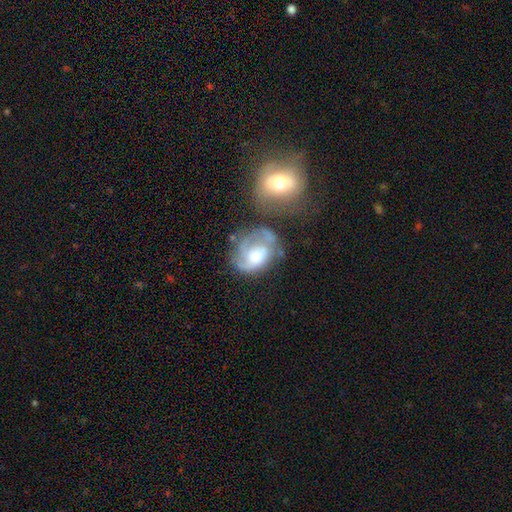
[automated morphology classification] smooth-or-featured: featured or disk: 67% | smooth: 26% | star or artifact: 7%
  disk-edge-on: no: 98% | yes: 2%
    bar: no: 72% | weak: 23% | strong: 5%
    has-spiral-arms: yes: 81% | no: 19%
      spiral-winding: tight: 40% | medium: 39% | loose: 21%
      spiral-arm-count: 2: 33% | 1: 31% | can't tell: 22% | 3: 10% | 4: 3% | more than 4: 2%
    bulge-size: moderate: 39% | large: 30% | small: 16% | none: 10% | dominant: 5%
  merging: none: 33% | major disturbance: 25% | minor disturbance: 21% | merger: 20%